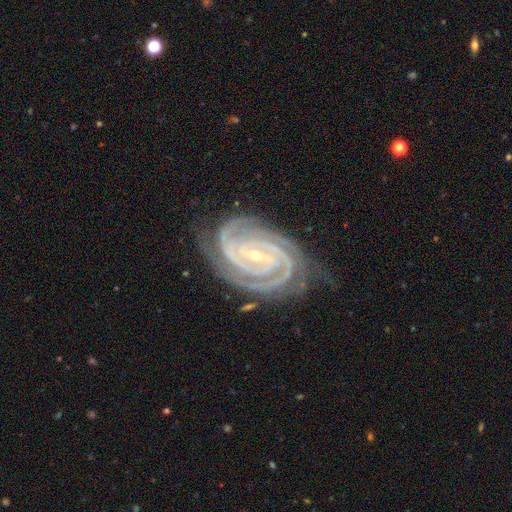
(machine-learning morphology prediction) This appears to be a featured or disk galaxy (93%) with no bar (36%), 2 (34%) tight (85%) spiral arms (99%) and a small central bulge (78%). Merging: none (76%).